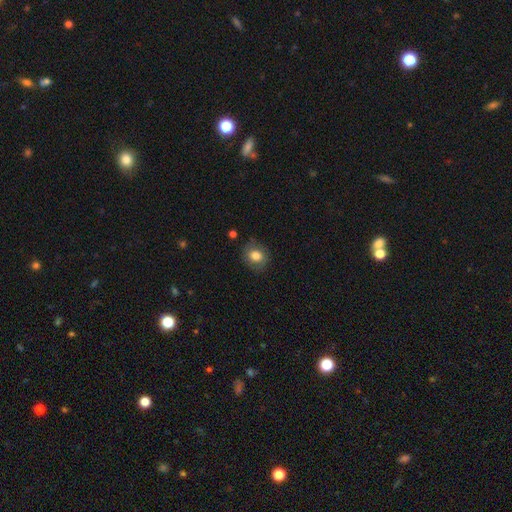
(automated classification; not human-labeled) smooth 79%, featured or disk 13%, star or artifact 9%. Down the decision tree: how rounded — round (65%); merging — none (82%).